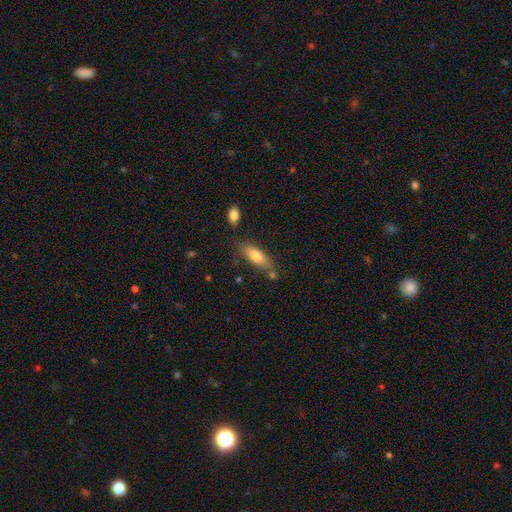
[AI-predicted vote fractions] Smooth or featured: smooth — 73% (featured or disk — 20%)
How rounded: in between — 59% (cigar-shaped — 38%)
Merging: none — 67% (minor disturbance — 18%)